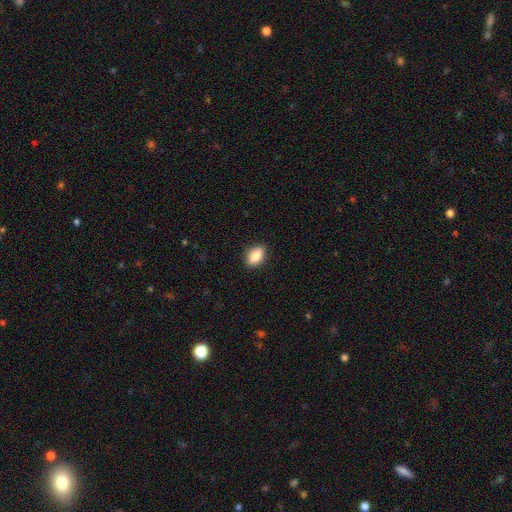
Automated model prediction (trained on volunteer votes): This is clearly a smooth galaxy (83%). How rounded: clearly in between (86%). Merging: clearly none (87%).